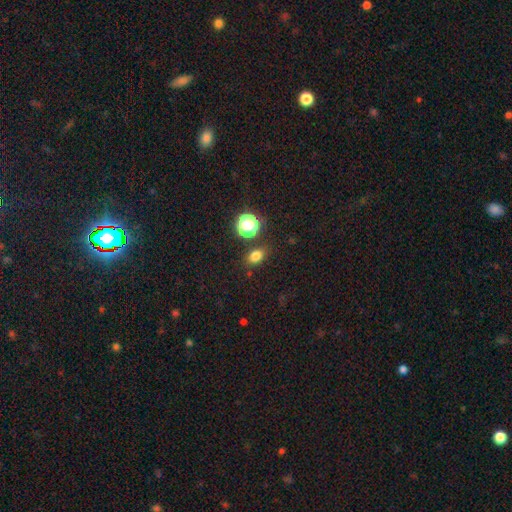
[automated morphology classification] This appears to be a smooth galaxy with no disk features (77%) that is in between round and cigar-shaped (68%). Merging: none (81%).